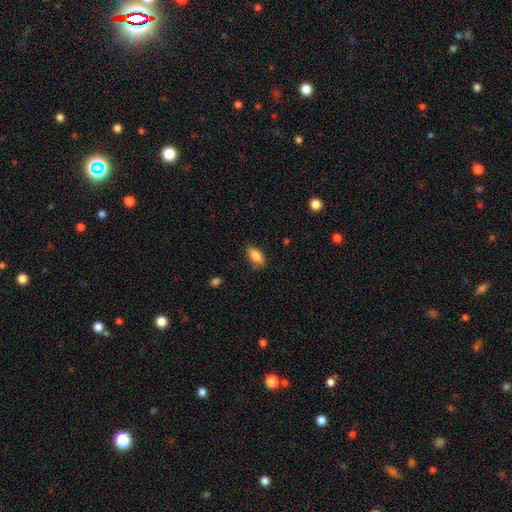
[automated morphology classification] Smooth or featured? Predicted: smooth (p=0.83). How rounded? Predicted: in between (p=0.83). Merging? Predicted: none (p=0.75).